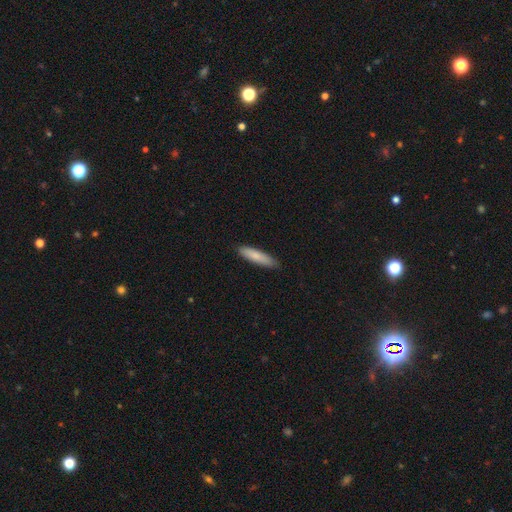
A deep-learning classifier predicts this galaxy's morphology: This appears to be a smooth galaxy with no disk features (82%) that is cigar-shaped (76%). Merging: none (86%).